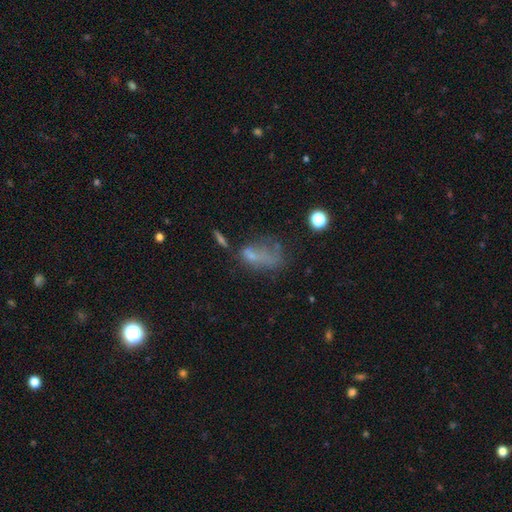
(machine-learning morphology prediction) A smooth galaxy with no disk features (46%). Merging: major disturbance (39%).